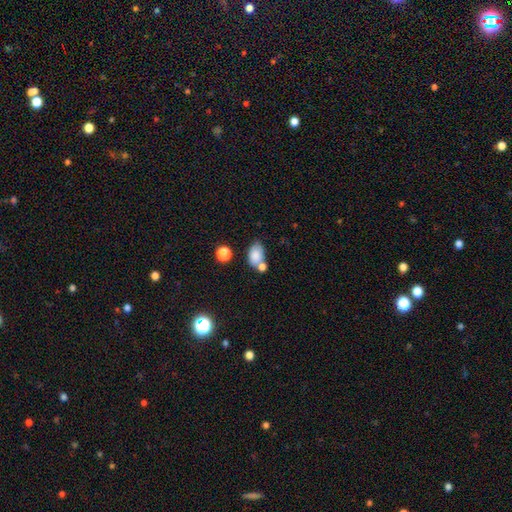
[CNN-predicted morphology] smooth 82%, featured or disk 9%, star or artifact 9%. Down the decision tree: how rounded — in between (87%); merging — none (49%).